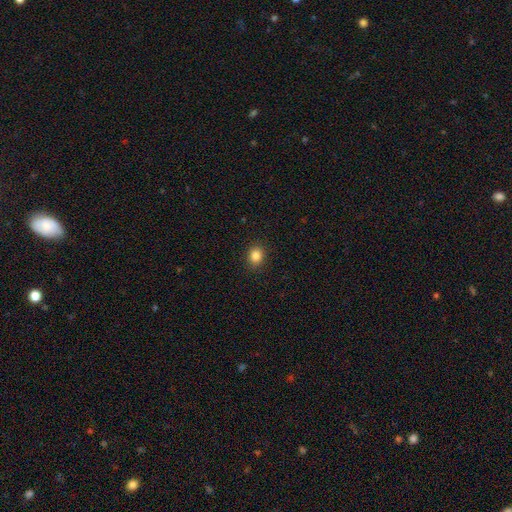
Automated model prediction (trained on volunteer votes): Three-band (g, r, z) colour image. It shows a smooth galaxy with no disk features (84%) that is round (68%). Merging: none (90%).